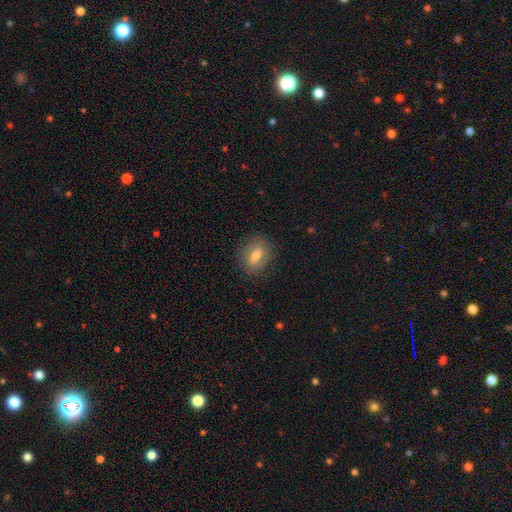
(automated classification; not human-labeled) Q: Smooth or featured?
A: smooth (61%); runner-up: featured or disk (29%)
Q: How rounded?
A: in between (63%); runner-up: round (34%)
Q: Merging?
A: none (83%); runner-up: minor disturbance (12%)